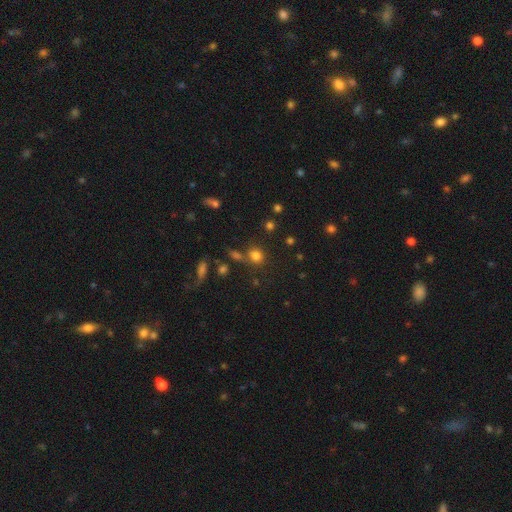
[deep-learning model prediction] Smooth or featured? smooth (77%)
How rounded? round (75%)
Merging? none (69%)